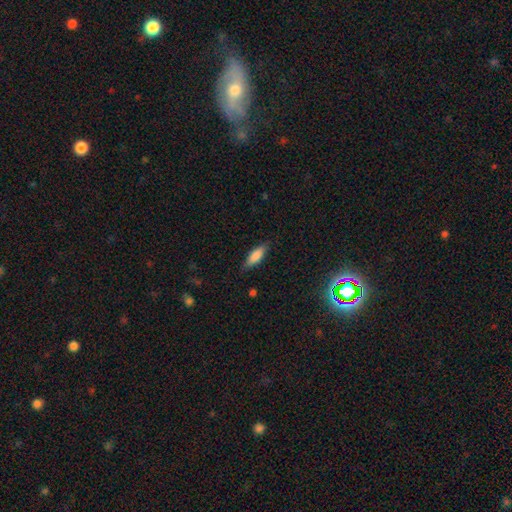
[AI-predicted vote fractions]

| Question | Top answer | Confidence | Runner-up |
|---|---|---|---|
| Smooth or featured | smooth | 80% | featured or disk (13%) |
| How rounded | in between | 56% | cigar-shaped (42%) |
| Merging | none | 82% | minor disturbance (14%) |